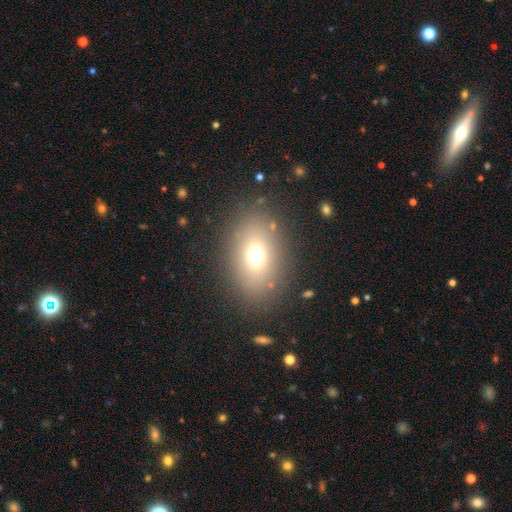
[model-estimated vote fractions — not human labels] Morphology: type=smooth (67%); roundness=in between (67%); merging=none (84%).